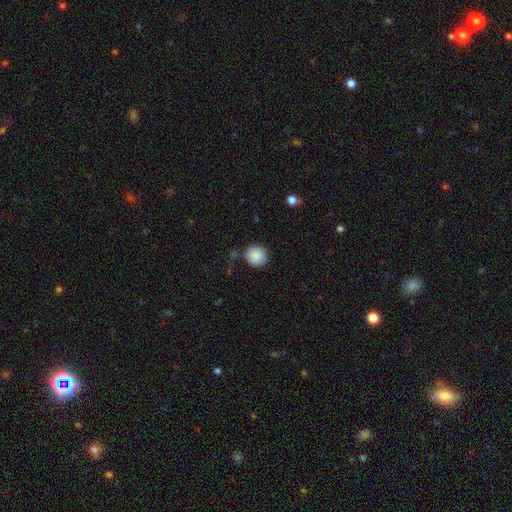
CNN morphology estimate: smooth_or_featured: smooth (p=0.88) [alt: star or artifact p=0.08]
how_rounded: round (p=0.91) [alt: in between p=0.09]
merging: none (p=0.75) [alt: minor disturbance p=0.16]